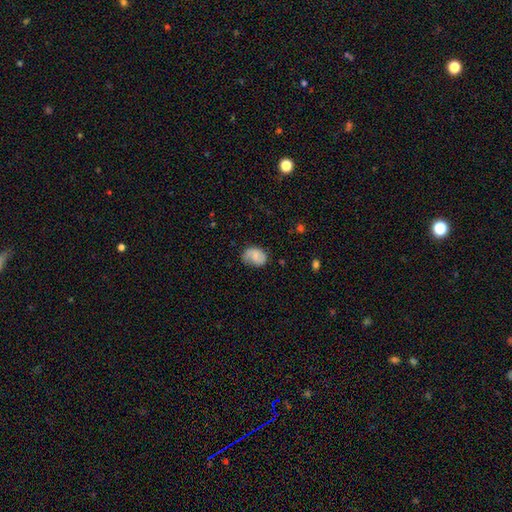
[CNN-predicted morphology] smooth 61%, featured or disk 31%, star or artifact 8%. Down the decision tree: how rounded — in between (66%); merging — none (56%).